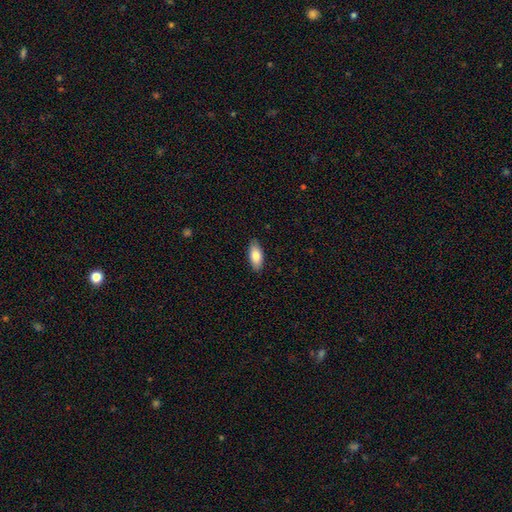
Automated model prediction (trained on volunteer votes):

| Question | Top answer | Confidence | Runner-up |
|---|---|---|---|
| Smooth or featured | smooth | 84% | featured or disk (10%) |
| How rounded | in between | 88% | cigar-shaped (10%) |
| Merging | none | 88% | minor disturbance (10%) |